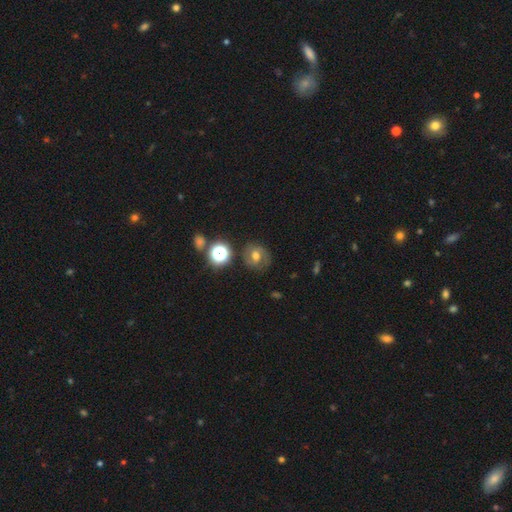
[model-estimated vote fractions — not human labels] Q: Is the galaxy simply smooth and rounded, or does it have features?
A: featured or disk — 42%.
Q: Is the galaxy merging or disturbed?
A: none — 76%.